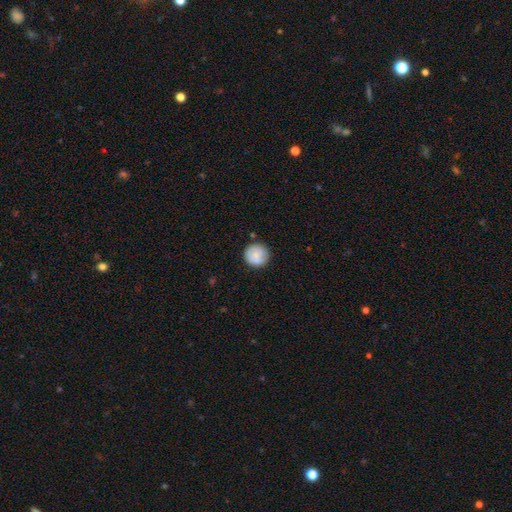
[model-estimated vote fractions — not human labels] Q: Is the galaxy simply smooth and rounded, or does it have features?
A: smooth — 76%.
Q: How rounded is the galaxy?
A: round — 94%.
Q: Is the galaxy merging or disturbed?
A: none — 81%.